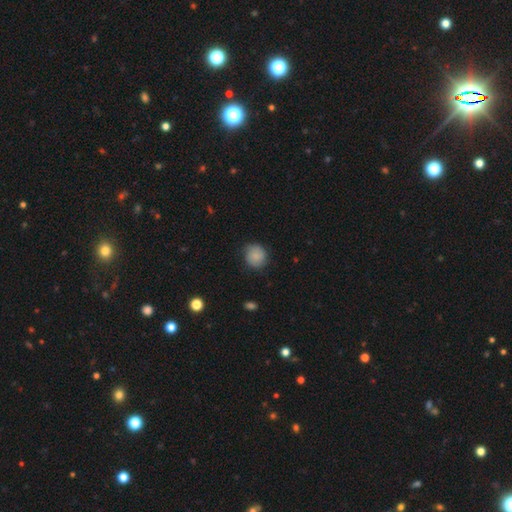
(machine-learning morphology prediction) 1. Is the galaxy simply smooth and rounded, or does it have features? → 83% smooth, 9% featured or disk, 8% star or artifact.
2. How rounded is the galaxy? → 87% round, 12% in between, 1% cigar-shaped.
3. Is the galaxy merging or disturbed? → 81% none, 15% minor disturbance, 3% major disturbance, 1% merger.